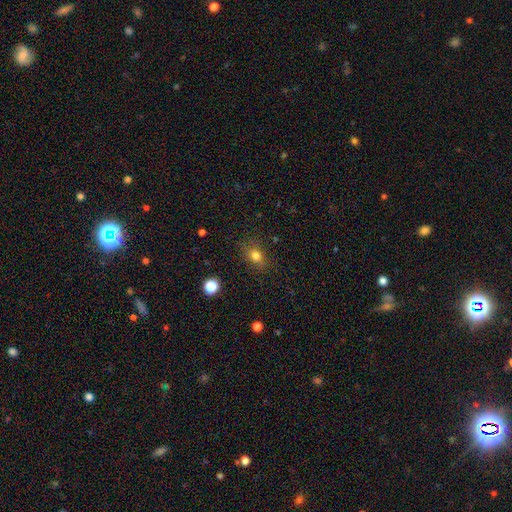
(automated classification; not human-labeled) smooth_or_featured: smooth (p=0.78) [alt: star or artifact p=0.13]
how_rounded: in between (p=0.59) [alt: round p=0.38]
merging: none (p=0.80) [alt: minor disturbance p=0.14]